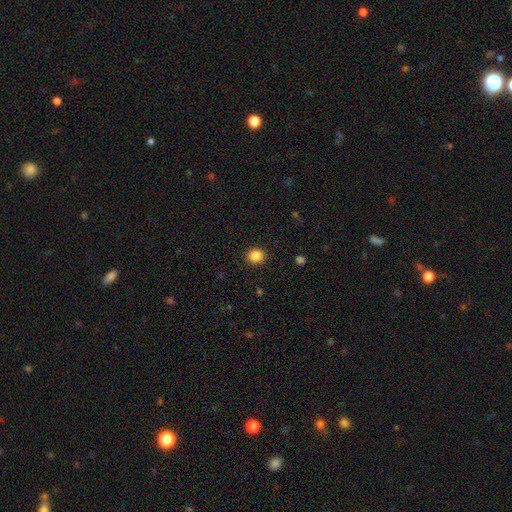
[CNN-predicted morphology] smooth_or_featured: smooth (p=0.86) [alt: star or artifact p=0.10]
how_rounded: round (p=0.73) [alt: in between p=0.26]
merging: none (p=0.91) [alt: minor disturbance p=0.06]